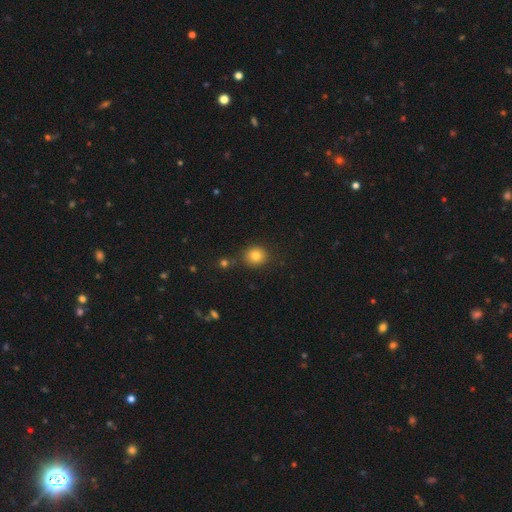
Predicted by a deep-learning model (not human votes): smooth 80%, star or artifact 12%, featured or disk 8%. Down the decision tree: how rounded — round (83%); merging — none (81%).